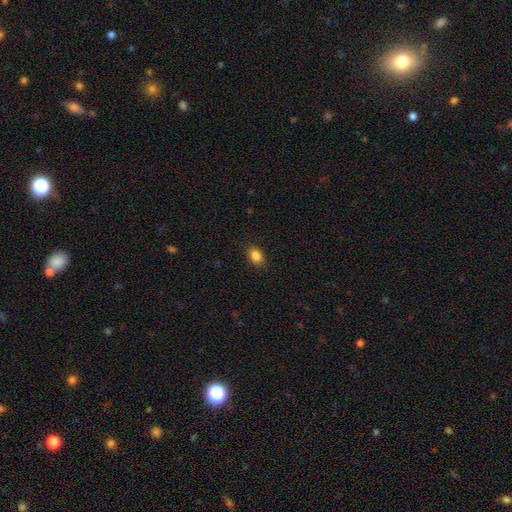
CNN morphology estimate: smooth 85%, star or artifact 10%, featured or disk 5%. Down the decision tree: how rounded — in between (70%); merging — none (87%).